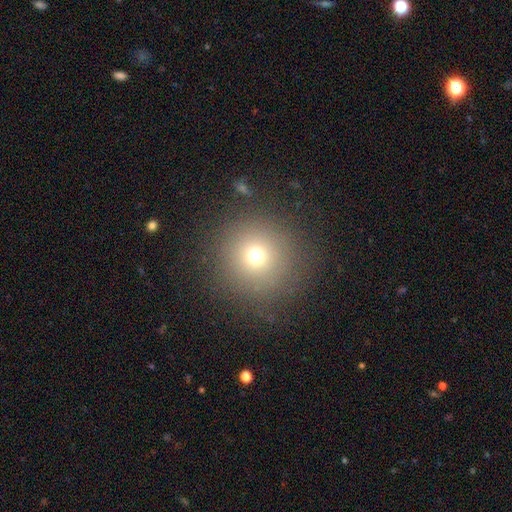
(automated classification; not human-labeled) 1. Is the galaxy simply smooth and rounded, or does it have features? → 70% smooth, 19% star or artifact, 11% featured or disk.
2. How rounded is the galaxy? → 95% round, 4% in between, 1% cigar-shaped.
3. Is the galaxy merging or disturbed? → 87% none, 7% minor disturbance, 4% major disturbance, 2% merger.